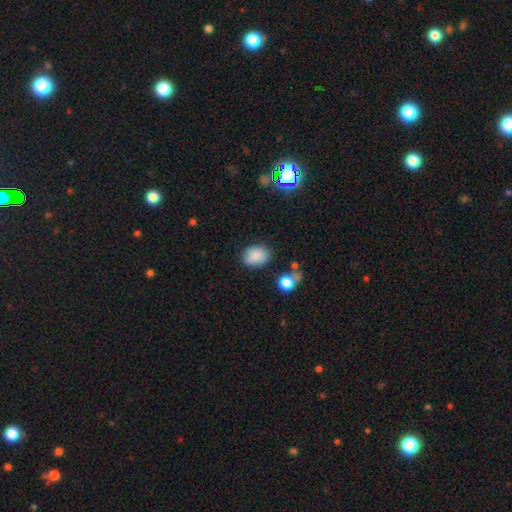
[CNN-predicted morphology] Smooth or featured? Predicted: smooth (p=0.83). How rounded? Predicted: in between (p=0.74). Merging? Predicted: none (p=0.77).